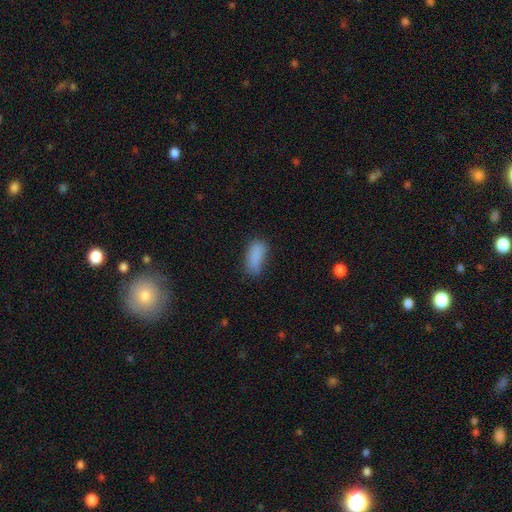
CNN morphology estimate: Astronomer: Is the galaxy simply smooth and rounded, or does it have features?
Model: smooth — 85%.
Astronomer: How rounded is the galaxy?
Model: in between — 83%.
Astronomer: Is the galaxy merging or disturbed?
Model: none — 65%.